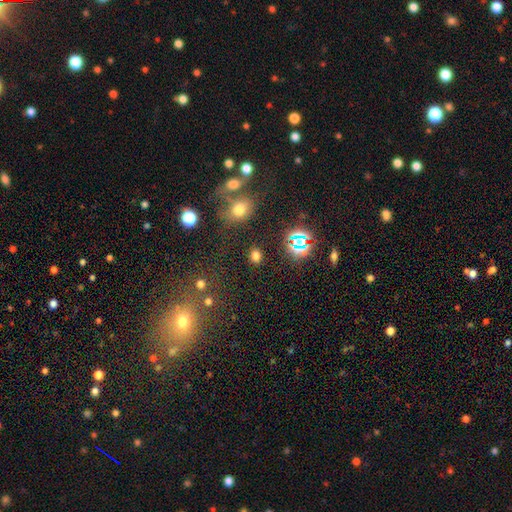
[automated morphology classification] Overall: smooth (71%). How rounded: in between (55%; round 43%). Merging: none (83%).